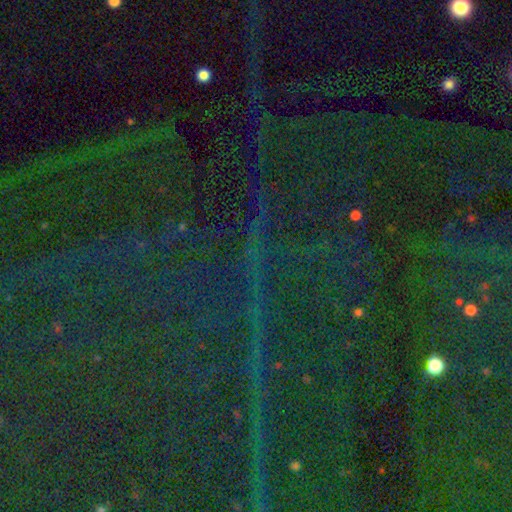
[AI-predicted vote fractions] Smooth or featured: star or artifact — 87% (featured or disk — 7%)